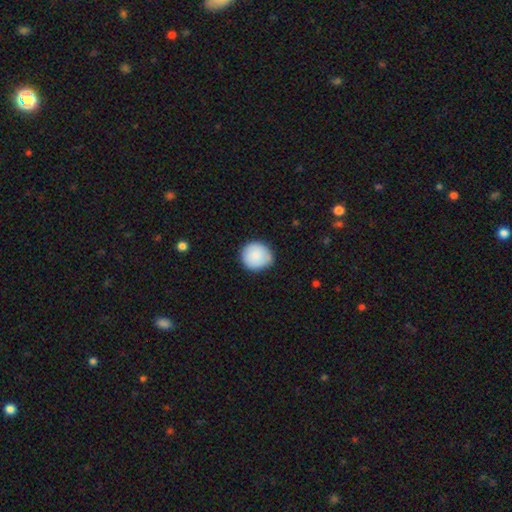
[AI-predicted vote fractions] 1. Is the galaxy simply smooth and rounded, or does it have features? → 87% smooth, 7% star or artifact, 6% featured or disk.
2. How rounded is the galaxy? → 90% round, 9% in between, 1% cigar-shaped.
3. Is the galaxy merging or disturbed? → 78% none, 17% minor disturbance, 3% major disturbance, 1% merger.